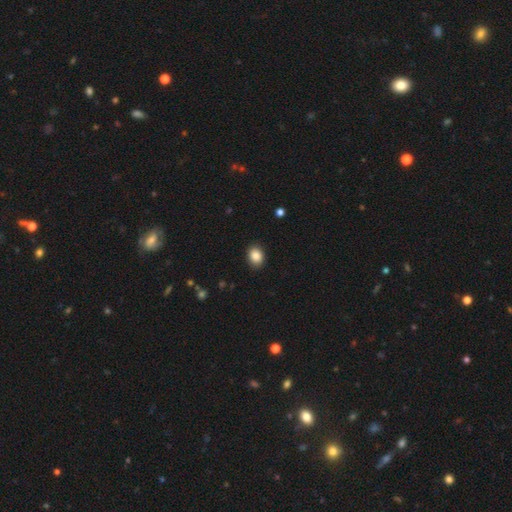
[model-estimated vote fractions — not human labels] This appears to be a smooth galaxy with no disk features (86%) that is in between round and cigar-shaped (62%). Merging: none (89%).